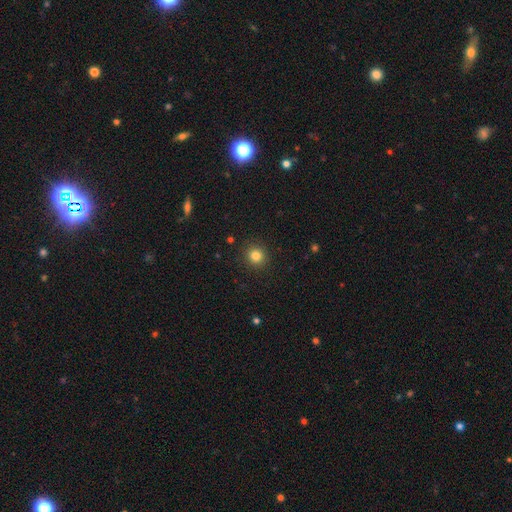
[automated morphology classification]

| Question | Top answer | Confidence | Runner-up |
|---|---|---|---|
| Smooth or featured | smooth | 82% | star or artifact (13%) |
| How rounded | round | 92% | in between (7%) |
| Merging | none | 92% | minor disturbance (5%) |